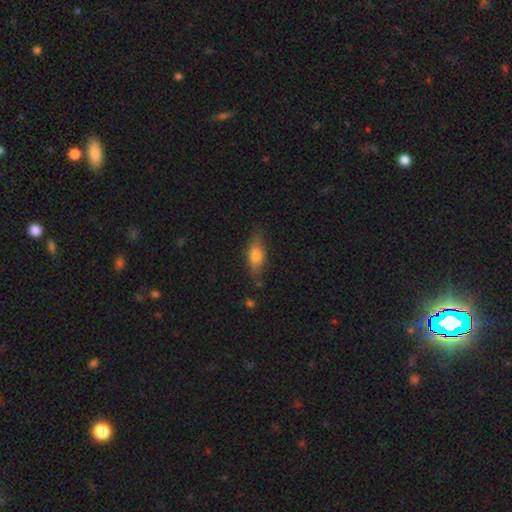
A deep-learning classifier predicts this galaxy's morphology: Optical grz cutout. It shows a smooth galaxy with no disk features (64%) that is in between round and cigar-shaped (64%). Merging: none (76%).